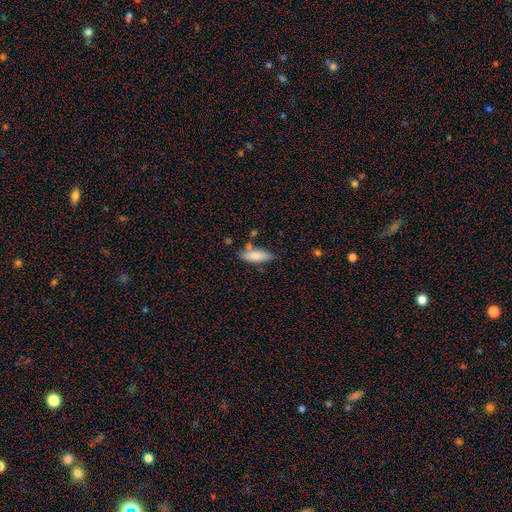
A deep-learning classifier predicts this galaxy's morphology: type=smooth (82%); roundness=in between (67%); merging=none (69%).